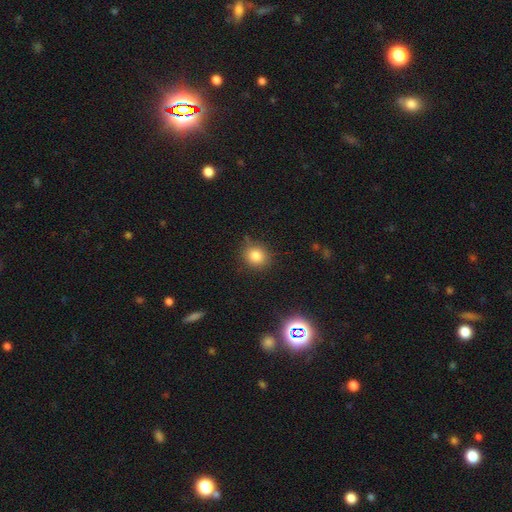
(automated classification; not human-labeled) Overall: smooth (82%). How rounded: round (80%). Merging: none (81%).